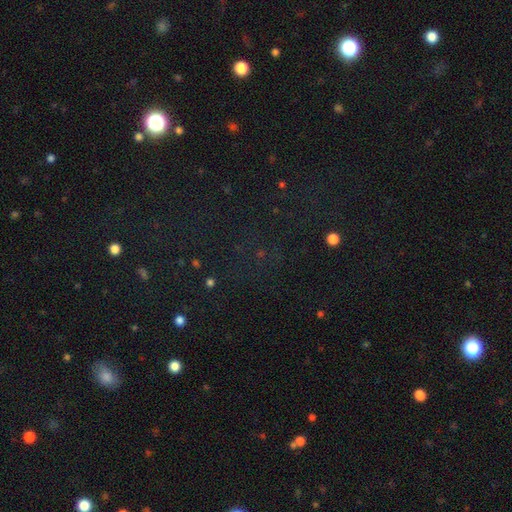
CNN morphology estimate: The model was most divided on "smooth or featured": star or artifact: 67%, smooth: 22%, featured or disk: 10%.